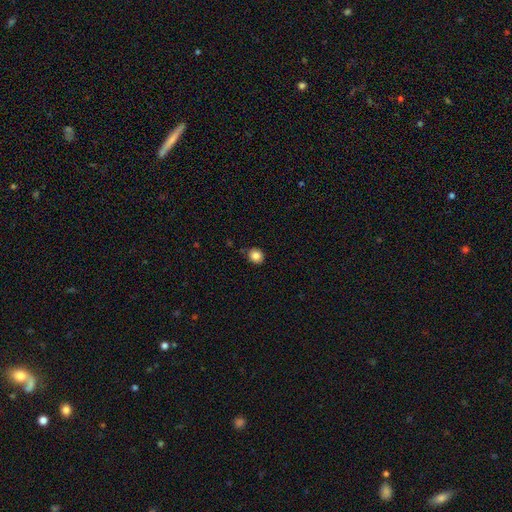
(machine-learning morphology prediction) type=smooth (85%); roundness=round (82%); merging=none (84%).